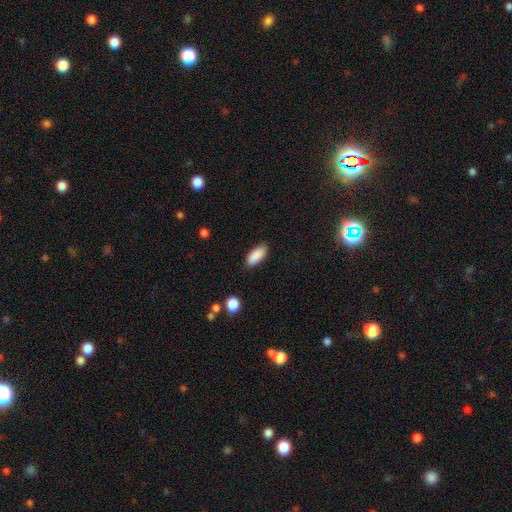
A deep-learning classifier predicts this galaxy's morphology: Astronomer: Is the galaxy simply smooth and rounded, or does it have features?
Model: smooth — 89%.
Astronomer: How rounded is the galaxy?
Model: in between — 85%.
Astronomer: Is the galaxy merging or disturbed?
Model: none — 85%.